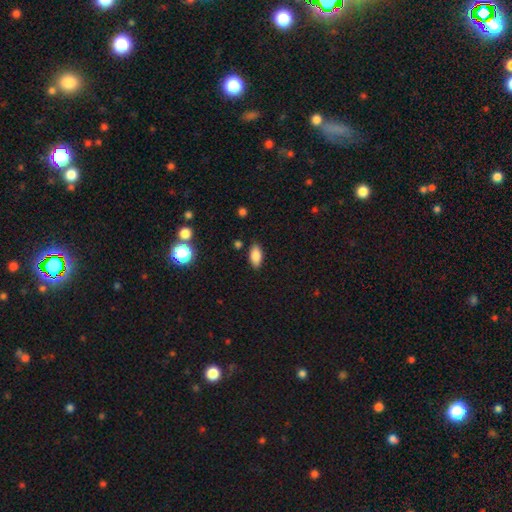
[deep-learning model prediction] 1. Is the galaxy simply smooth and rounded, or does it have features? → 84% smooth, 9% star or artifact, 7% featured or disk.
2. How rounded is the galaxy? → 87% in between, 9% cigar-shaped, 4% round.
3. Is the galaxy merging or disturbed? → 85% none, 11% minor disturbance, 2% major disturbance, 2% merger.